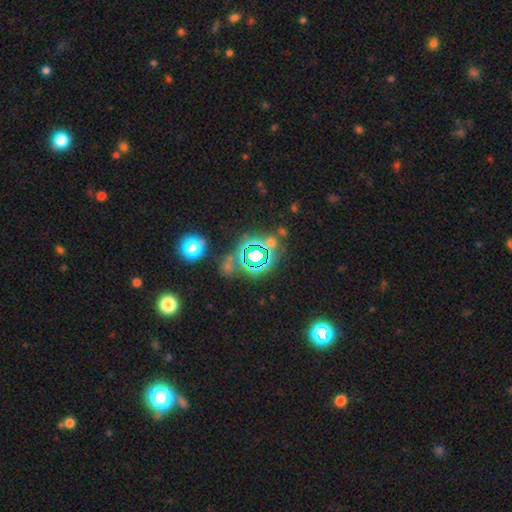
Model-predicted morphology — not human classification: Smooth or featured?
  - star or artifact: 71% *
  - smooth: 20%
  - featured or disk: 10%